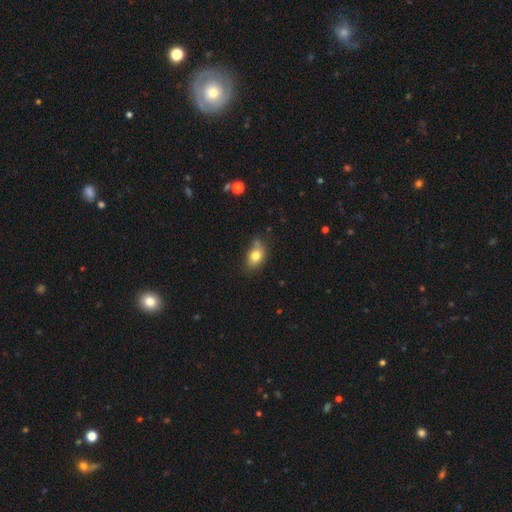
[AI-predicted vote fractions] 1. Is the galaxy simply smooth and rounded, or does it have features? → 78% smooth, 12% featured or disk, 10% star or artifact.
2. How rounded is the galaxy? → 79% in between, 19% round, 2% cigar-shaped.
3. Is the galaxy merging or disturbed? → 56% none, 30% minor disturbance, 7% major disturbance, 7% merger.